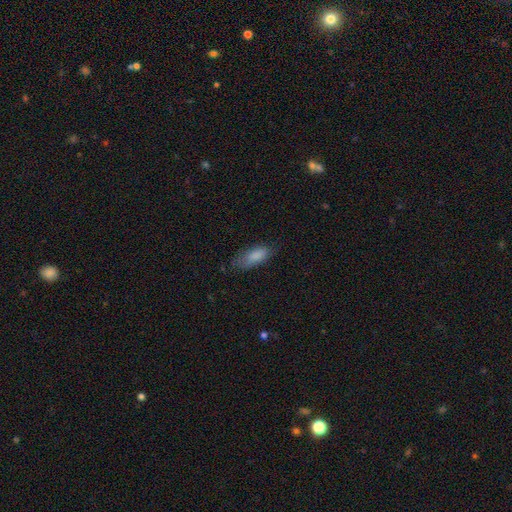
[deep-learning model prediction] smooth-or-featured: smooth: 84% | featured or disk: 9% | star or artifact: 7%
  how-rounded: in between: 80% | cigar-shaped: 18% | round: 2%
  merging: none: 63% | minor disturbance: 28% | major disturbance: 8% | merger: 1%